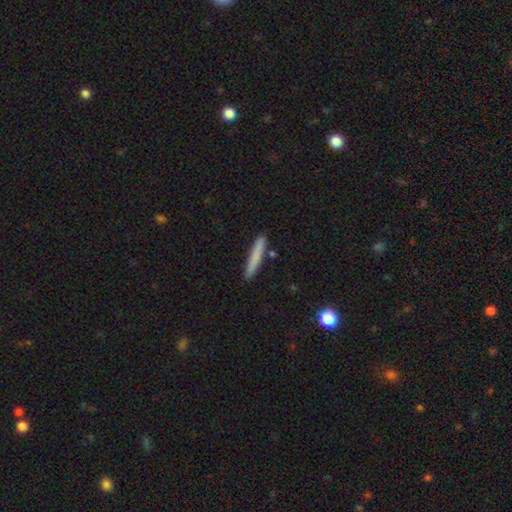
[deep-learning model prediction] Smooth or featured: smooth — 79% (featured or disk — 15%)
How rounded: cigar-shaped — 95% (in between — 4%)
Merging: none — 87% (minor disturbance — 8%)